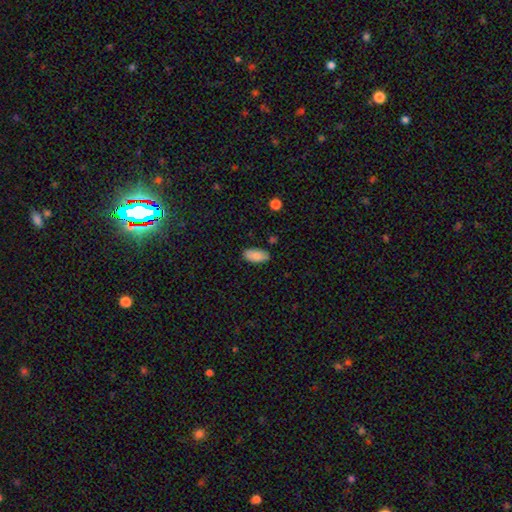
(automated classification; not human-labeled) smooth-or-featured: smooth: 87% | star or artifact: 7% | featured or disk: 6%
  how-rounded: in between: 93% | cigar-shaped: 5% | round: 2%
  merging: none: 86% | minor disturbance: 11% | major disturbance: 2% | merger: 2%